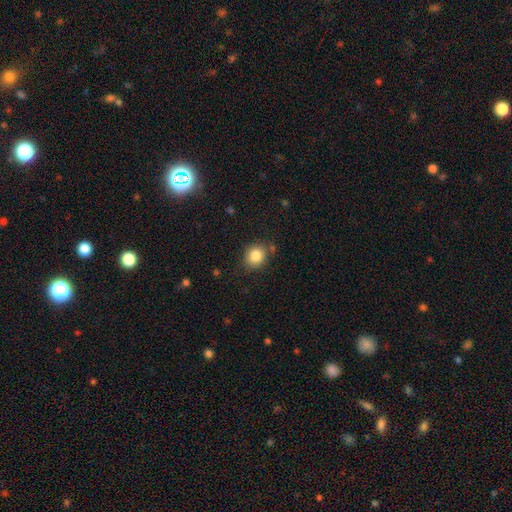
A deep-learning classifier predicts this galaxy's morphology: A smooth galaxy with no disk features (84%) that is round (72%). Merging: none (79%).